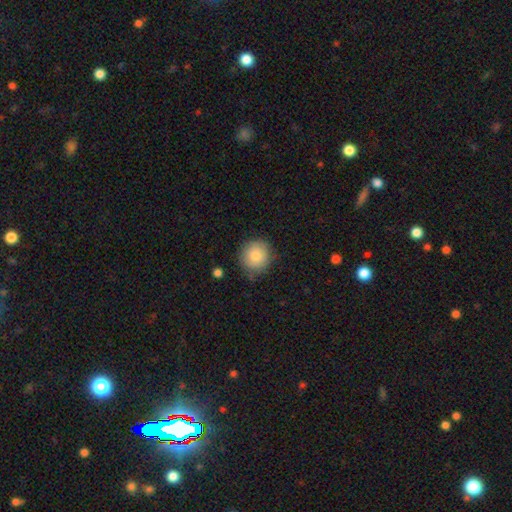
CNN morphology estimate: smooth_or_featured: smooth (p=0.83) [alt: featured or disk p=0.09]
how_rounded: round (p=0.90) [alt: in between p=0.09]
merging: none (p=0.79) [alt: minor disturbance p=0.16]